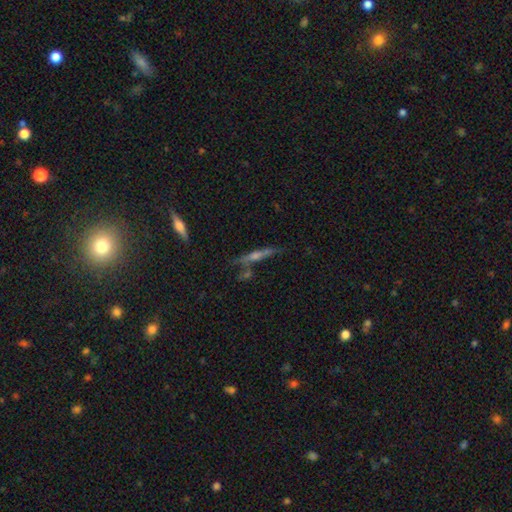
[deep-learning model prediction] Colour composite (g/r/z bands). It shows a featured or disk galaxy (63%) viewed edge-on (93%) with a rounded central bulge (67%). Merging: none (69%).